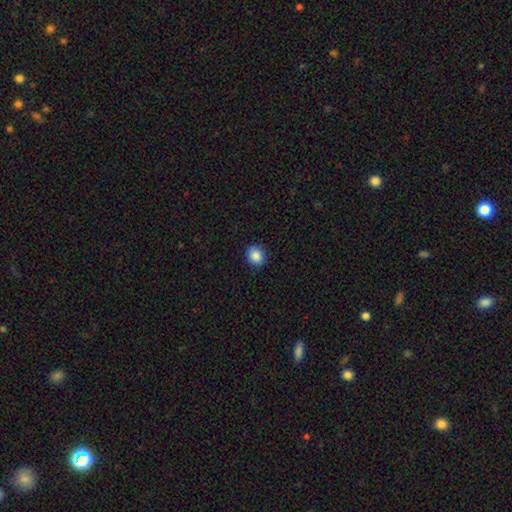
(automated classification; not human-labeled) Smooth or featured? Predicted: smooth (p=0.87). How rounded? Predicted: round (p=0.67). Merging? Predicted: none (p=0.90).